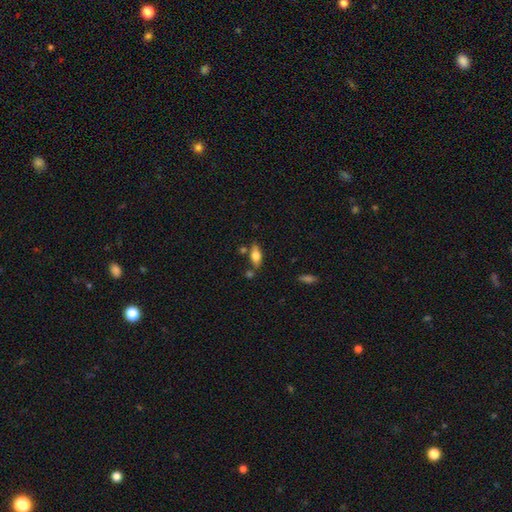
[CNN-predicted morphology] smooth-or-featured: smooth: 58% | featured or disk: 35% | star or artifact: 7%
  how-rounded: in between: 72% | cigar-shaped: 24% | round: 4%
  merging: none: 72% | minor disturbance: 14% | merger: 10% | major disturbance: 4%